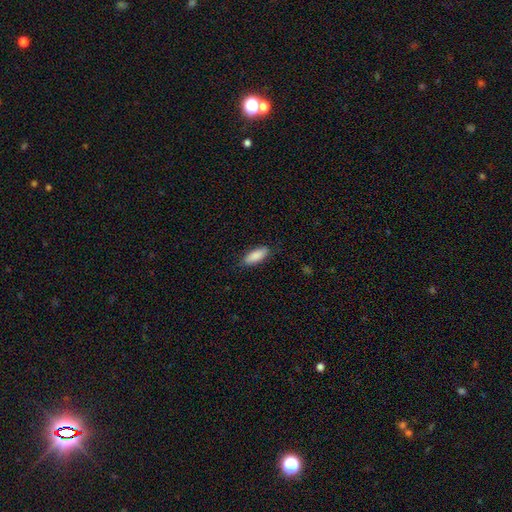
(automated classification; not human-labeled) Smooth or featured? smooth (88%)
How rounded? in between (76%)
Merging? none (85%)